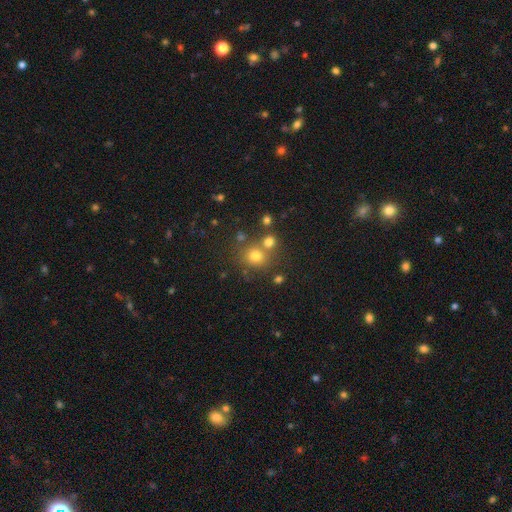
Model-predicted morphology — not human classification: Q: Smooth or featured?
A: smooth (72%); runner-up: star or artifact (19%)
Q: How rounded?
A: round (84%); runner-up: in between (15%)
Q: Merging?
A: none (63%); runner-up: merger (24%)